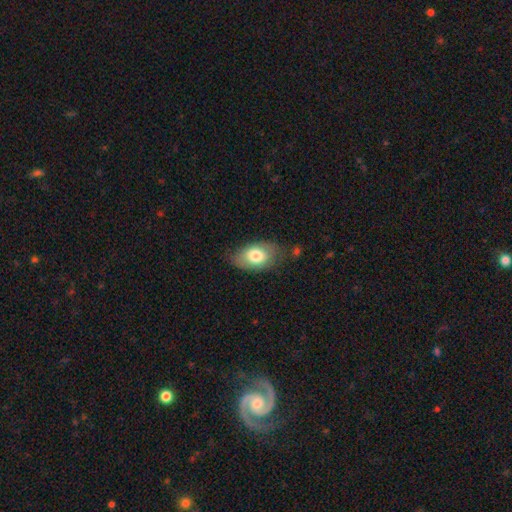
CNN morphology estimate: This appears to be a smooth galaxy with no disk features (75%) that is in between round and cigar-shaped (90%). Merging: none (71%).